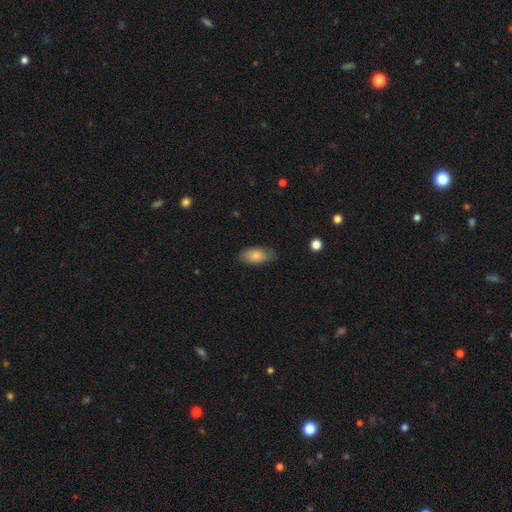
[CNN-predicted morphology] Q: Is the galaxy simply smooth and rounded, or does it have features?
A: smooth — 81%.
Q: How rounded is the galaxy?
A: in between — 92%.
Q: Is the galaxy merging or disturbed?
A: none — 75%.